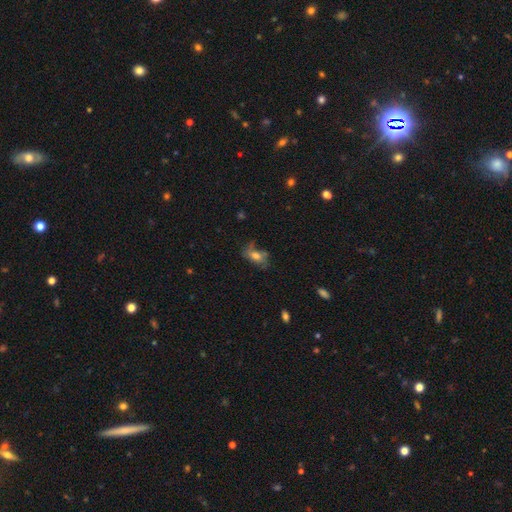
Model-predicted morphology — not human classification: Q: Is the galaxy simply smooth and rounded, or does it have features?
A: smooth — 54%.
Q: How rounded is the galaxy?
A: in between — 83%.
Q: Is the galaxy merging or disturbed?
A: none — 44%.